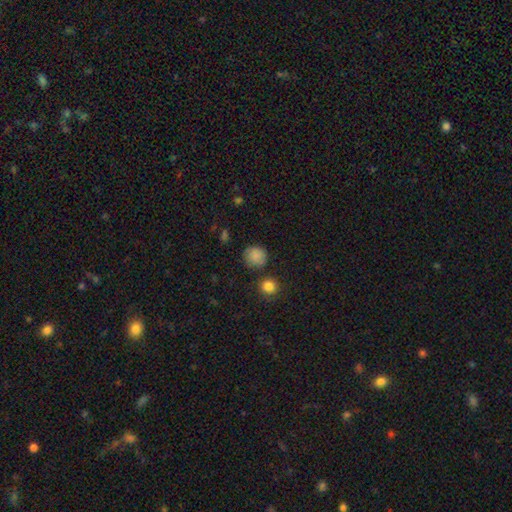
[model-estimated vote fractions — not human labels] Smooth or featured: smooth — 85% (star or artifact — 10%)
How rounded: round — 88% (in between — 11%)
Merging: none — 80% (minor disturbance — 12%)